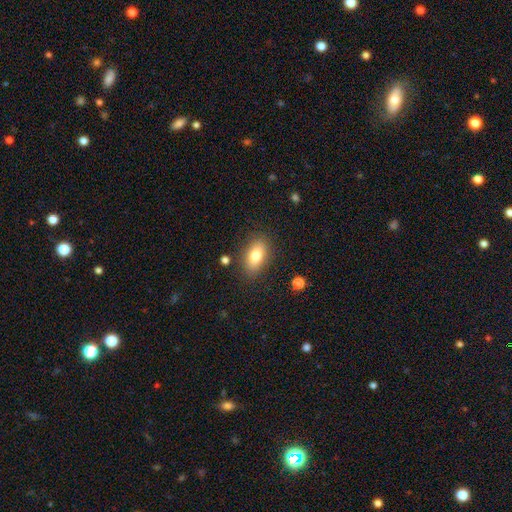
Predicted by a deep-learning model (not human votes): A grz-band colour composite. It shows a smooth galaxy with no disk features (80%) that is in between round and cigar-shaped (87%). Merging: none (85%).